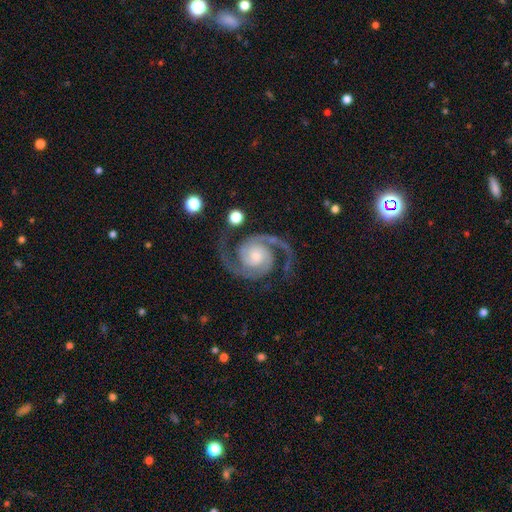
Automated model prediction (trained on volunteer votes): Smooth or featured? Predicted: featured or disk (p=0.94). Edge-on disk? Predicted: no (p=0.98). Bar? Predicted: no (p=0.70). Spiral arms? Predicted: yes (p=0.99). Spiral winding? Predicted: medium (p=0.55). Spiral arm count? Predicted: 2 (p=0.94). Bulge size? Predicted: moderate (p=0.42). Merging? Predicted: none (p=0.83).